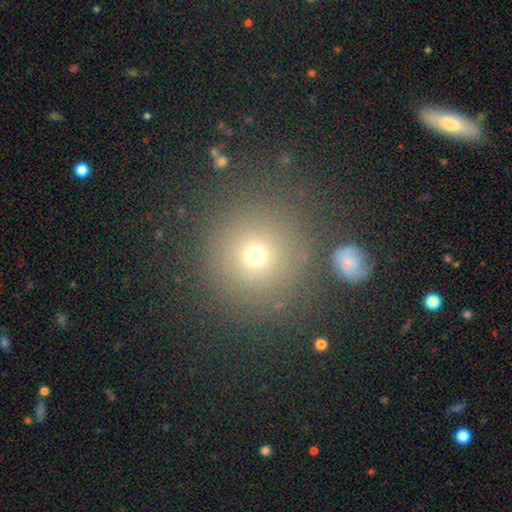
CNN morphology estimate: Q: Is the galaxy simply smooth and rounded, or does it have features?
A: smooth — 71%.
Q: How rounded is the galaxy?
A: round — 93%.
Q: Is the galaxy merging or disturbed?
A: none — 82%.